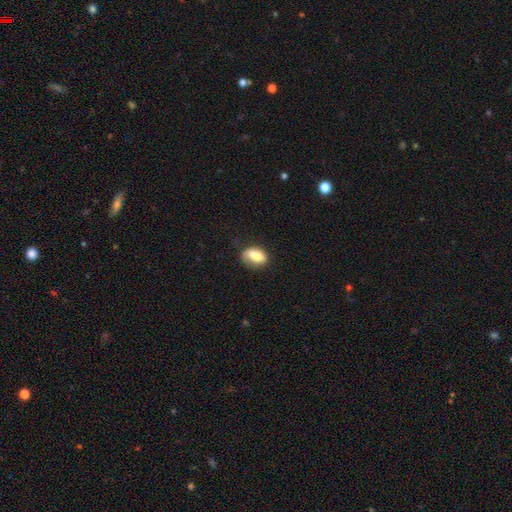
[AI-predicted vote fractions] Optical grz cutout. It shows a smooth galaxy with no disk features (75%) that is in between round and cigar-shaped (81%). Merging: none (44%).